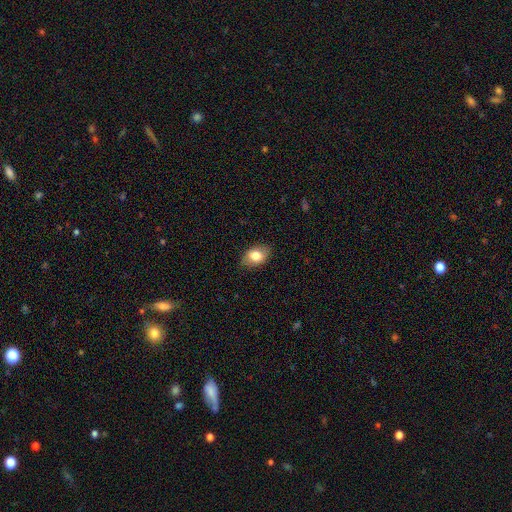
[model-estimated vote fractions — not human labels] Smooth or featured? Predicted: smooth (p=0.79). How rounded? Predicted: in between (p=0.83). Merging? Predicted: none (p=0.82).